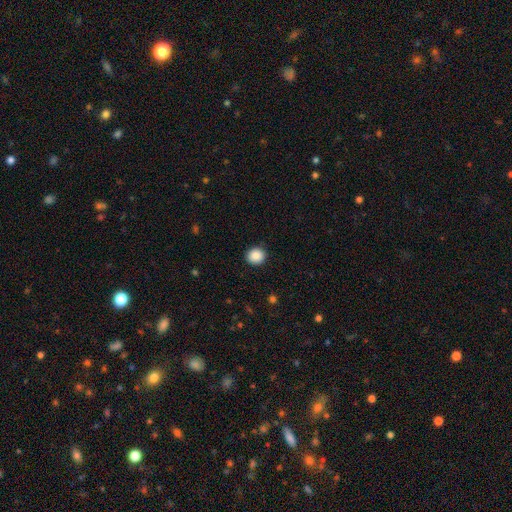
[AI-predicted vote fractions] This appears to be a smooth galaxy with no disk features (89%) that is round (84%). Merging: none (91%).